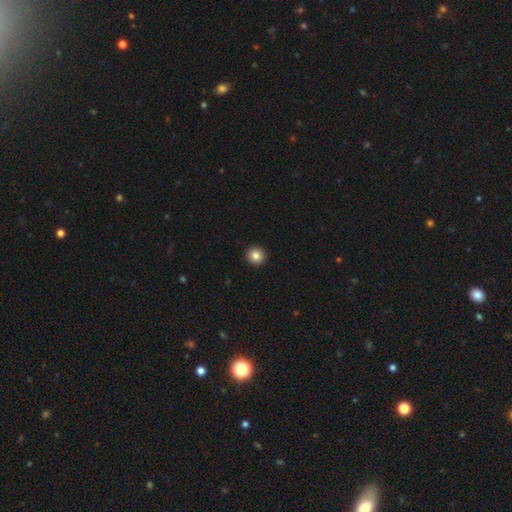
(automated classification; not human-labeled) This appears to be a smooth galaxy with no disk features (84%) that is round (95%). Merging: none (94%).